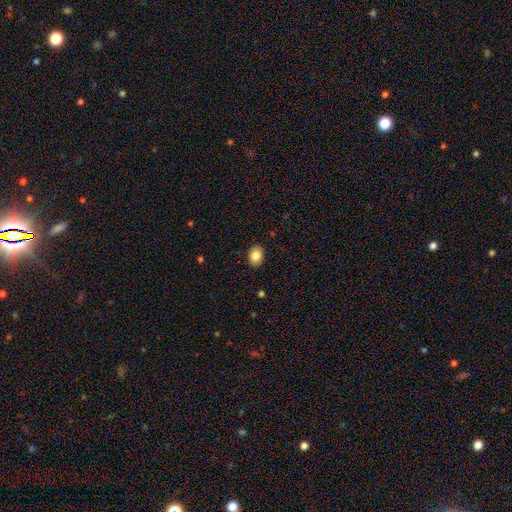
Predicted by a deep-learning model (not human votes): smooth 85%, star or artifact 8%, featured or disk 7%. Down the decision tree: how rounded — in between (64%); merging — none (90%).